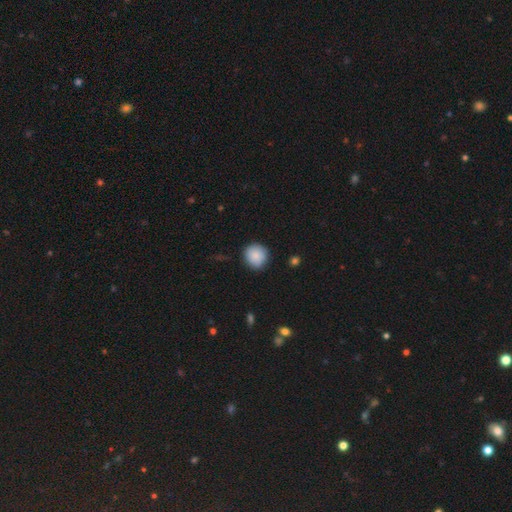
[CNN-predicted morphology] Smooth or featured? Predicted: smooth (p=0.85). How rounded? Predicted: round (p=0.91). Merging? Predicted: none (p=0.85).